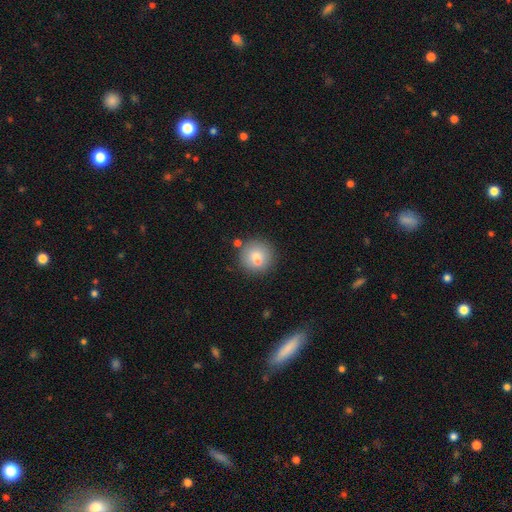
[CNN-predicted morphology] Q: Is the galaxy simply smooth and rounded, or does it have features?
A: smooth — 73%.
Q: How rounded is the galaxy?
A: round — 93%.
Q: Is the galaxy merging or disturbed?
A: none — 70%.